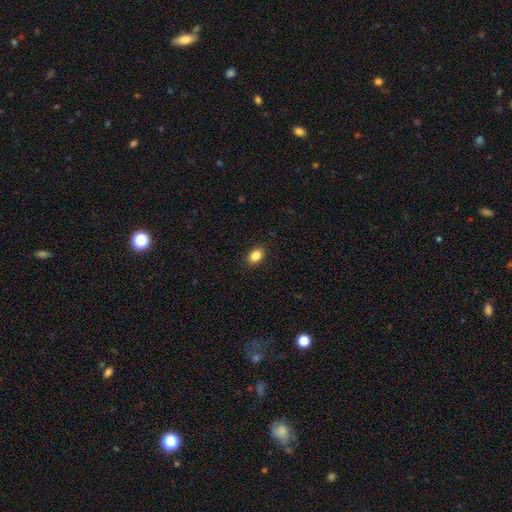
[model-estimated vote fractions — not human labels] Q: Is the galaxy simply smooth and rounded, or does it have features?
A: smooth — 85%.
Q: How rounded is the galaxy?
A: in between — 80%.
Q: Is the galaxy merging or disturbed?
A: none — 89%.